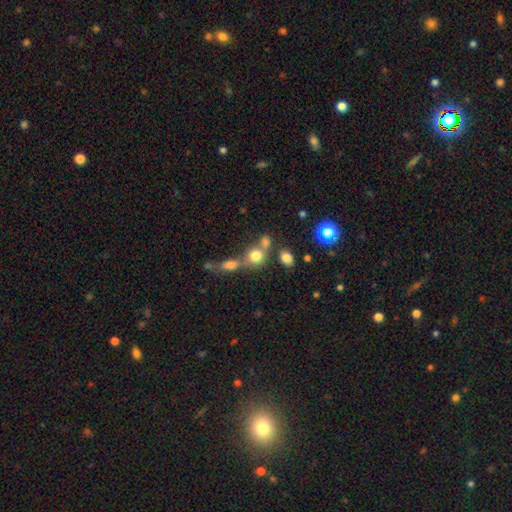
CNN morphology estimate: type=smooth (75%); roundness=round (73%); merging=none (45%).